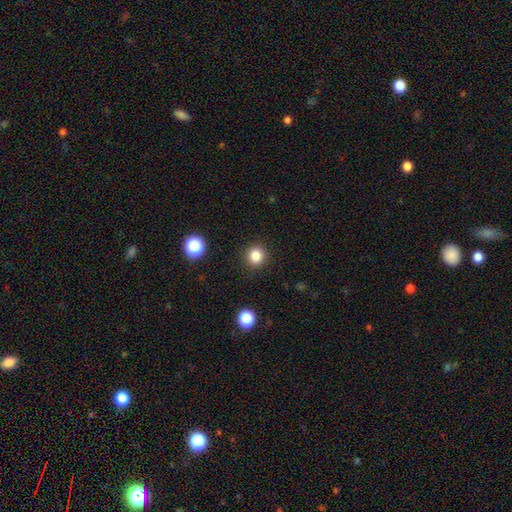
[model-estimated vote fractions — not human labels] Morphology: type=smooth (84%); roundness=round (90%); merging=none (91%).